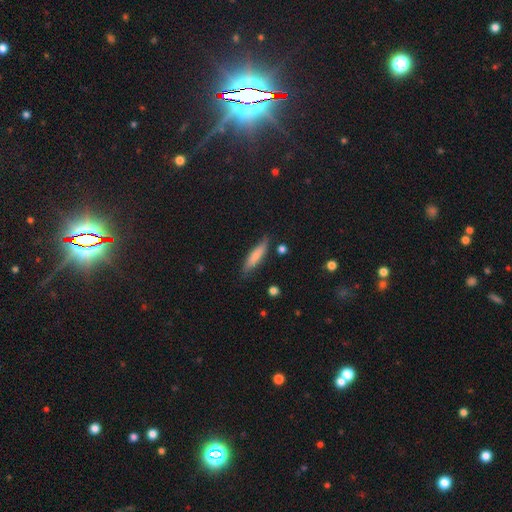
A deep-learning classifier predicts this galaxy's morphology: Smooth or featured? smooth (74%)
How rounded? cigar-shaped (77%)
Merging? none (77%)